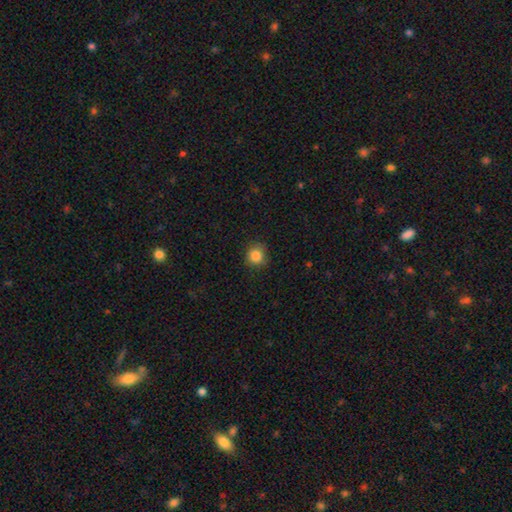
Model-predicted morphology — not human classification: Smooth or featured? smooth (85%)
How rounded? round (89%)
Merging? none (82%)